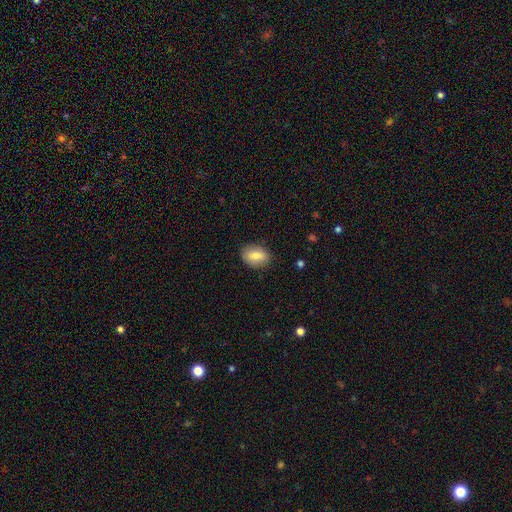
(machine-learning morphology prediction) The model was most divided on "how rounded": in between: 80%, round: 18%, cigar-shaped: 2%. More confident: merging — none (84%); smooth or featured — smooth (78%).